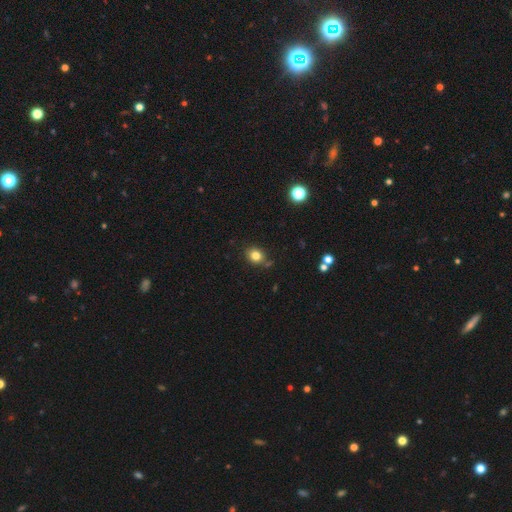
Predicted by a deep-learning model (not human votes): smooth_or_featured: smooth (p=0.81) [alt: star or artifact p=0.12]
how_rounded: round (p=0.70) [alt: in between p=0.29]
merging: none (p=0.79) [alt: minor disturbance p=0.13]